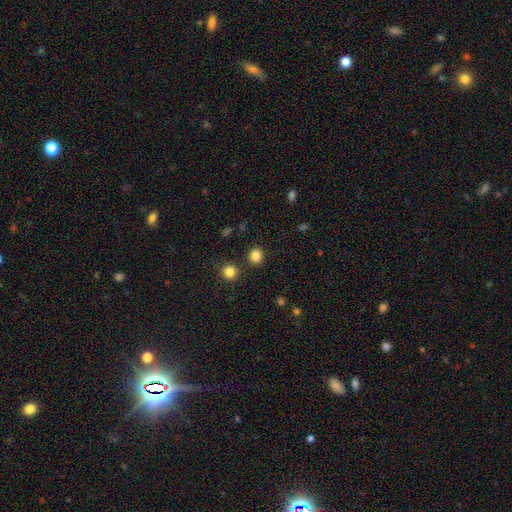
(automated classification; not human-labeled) This appears to be a smooth galaxy with no disk features (84%) that is round (87%). Merging: none (86%).